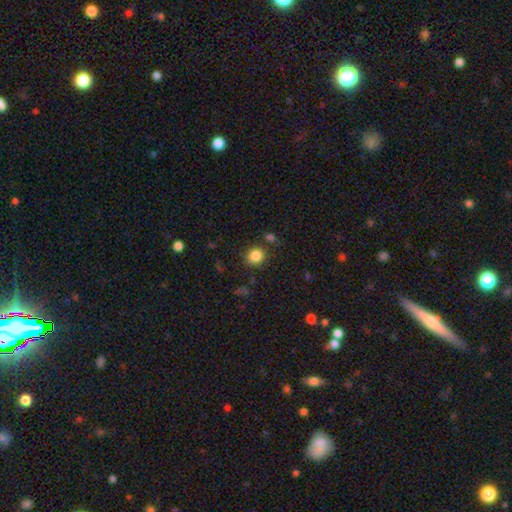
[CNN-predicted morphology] Q: Smooth or featured?
A: smooth (85%); runner-up: star or artifact (11%)
Q: How rounded?
A: round (82%); runner-up: in between (18%)
Q: Merging?
A: none (83%); runner-up: minor disturbance (9%)